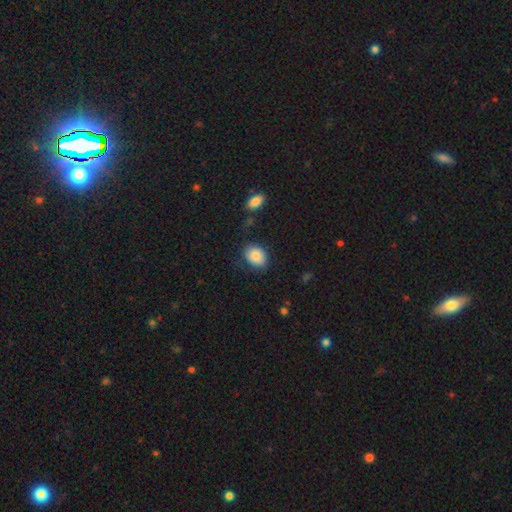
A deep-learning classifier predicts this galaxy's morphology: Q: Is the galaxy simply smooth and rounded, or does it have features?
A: smooth — 82%.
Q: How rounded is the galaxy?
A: in between — 64%.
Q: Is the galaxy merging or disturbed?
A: none — 77%.